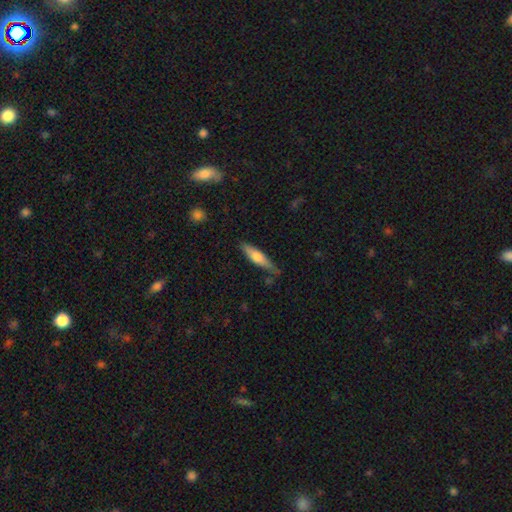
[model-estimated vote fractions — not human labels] A smooth galaxy with no disk features (56%) that is cigar-shaped (74%). Merging: none (74%).